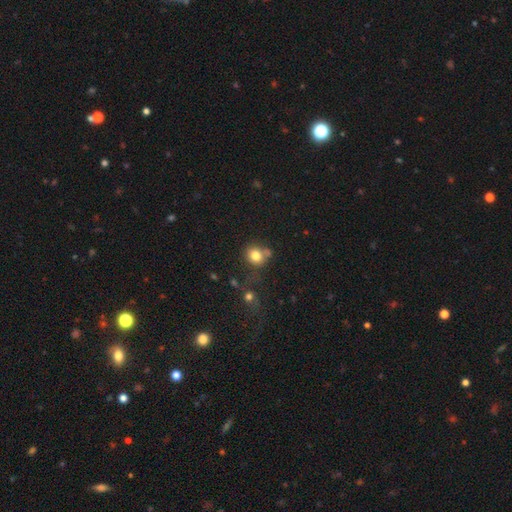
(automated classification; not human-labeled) smooth 79%, star or artifact 12%, featured or disk 9%. Down the decision tree: how rounded — round (73%); merging — none (57%).